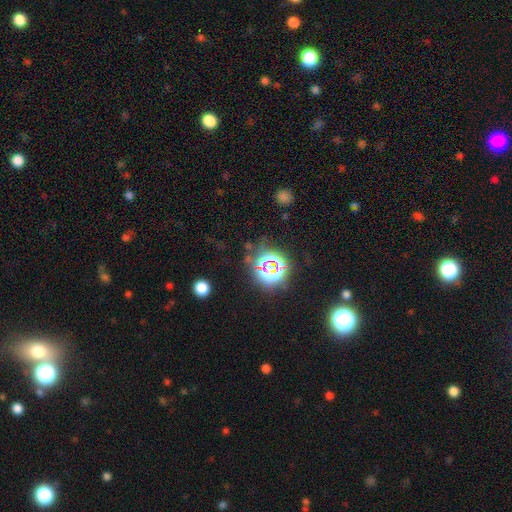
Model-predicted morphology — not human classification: Smooth or featured? Predicted: star or artifact (p=0.77).